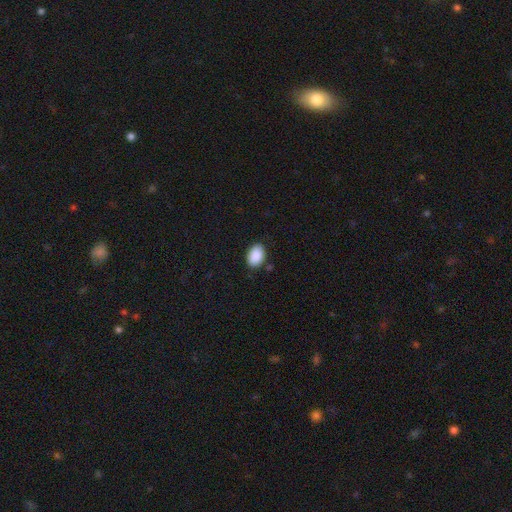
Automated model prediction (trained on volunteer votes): Smooth or featured? Predicted: smooth (p=0.90). How rounded? Predicted: in between (p=0.86). Merging? Predicted: none (p=0.85).